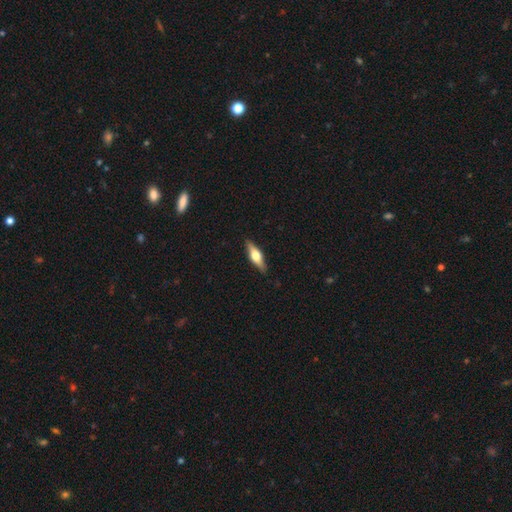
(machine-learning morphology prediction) This is possibly a featured or disk galaxy (53%). It is clearly viewed edge-on (93%). Merging: clearly none (88%).